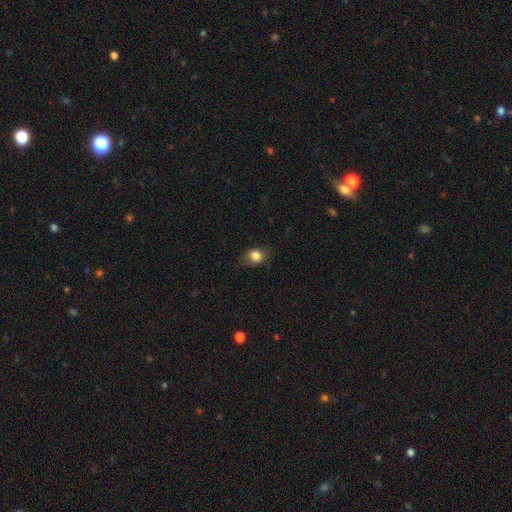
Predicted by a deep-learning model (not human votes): smooth-or-featured: smooth: 82% | star or artifact: 10% | featured or disk: 8%
  how-rounded: round: 55% | in between: 44% | cigar-shaped: 1%
  merging: none: 75% | minor disturbance: 19% | major disturbance: 5% | merger: 1%